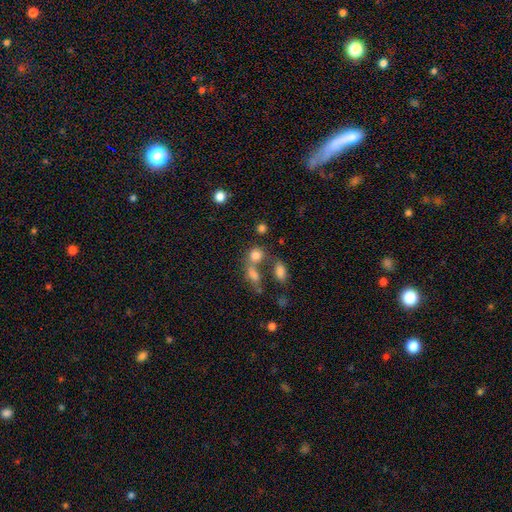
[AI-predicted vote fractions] Morphology: type=smooth (77%); roundness=round (69%); merging=none (46%).